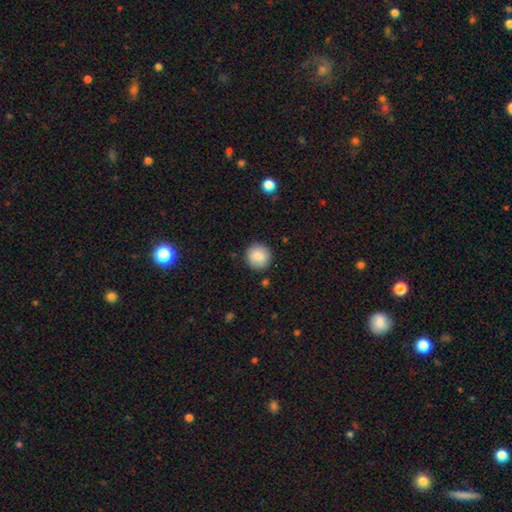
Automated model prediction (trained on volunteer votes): A smooth galaxy with no disk features (87%) that is round (94%). Merging: none (90%).